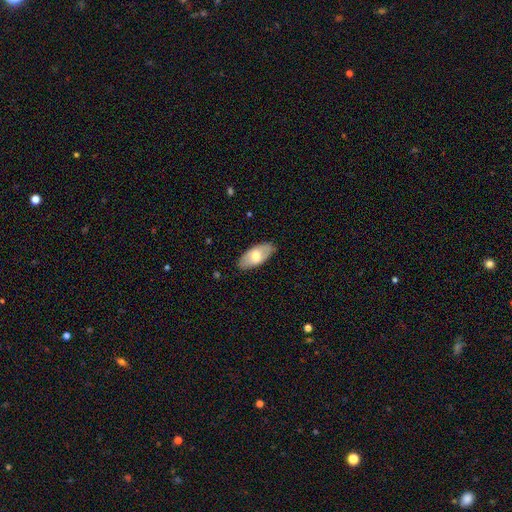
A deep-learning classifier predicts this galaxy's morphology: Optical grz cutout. It shows a smooth galaxy with no disk features (62%) that is in between round and cigar-shaped (92%). Merging: none (85%).